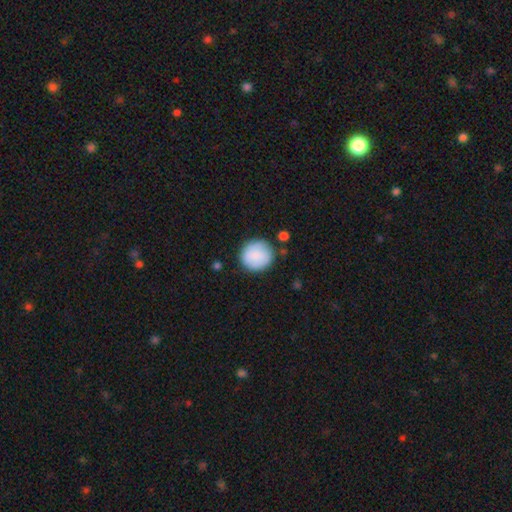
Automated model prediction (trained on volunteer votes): This appears to be a smooth galaxy with no disk features (87%) that is round (92%). Merging: none (83%).